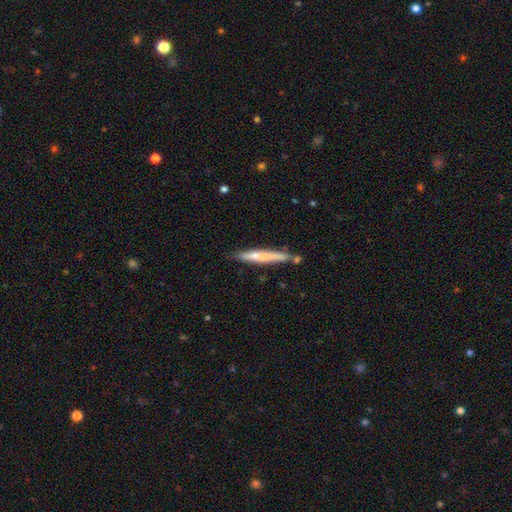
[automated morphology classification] This appears to be a smooth galaxy with no disk features (53%) that is cigar-shaped (95%). Merging: none (73%).